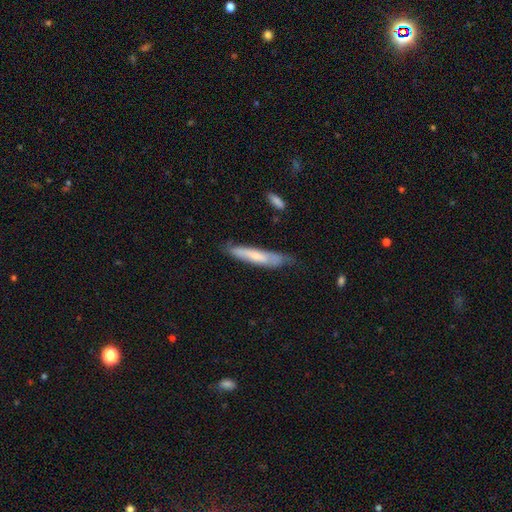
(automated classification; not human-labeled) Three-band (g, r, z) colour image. It shows a smooth galaxy with no disk features (56%) that is cigar-shaped (87%). Merging: none (66%).